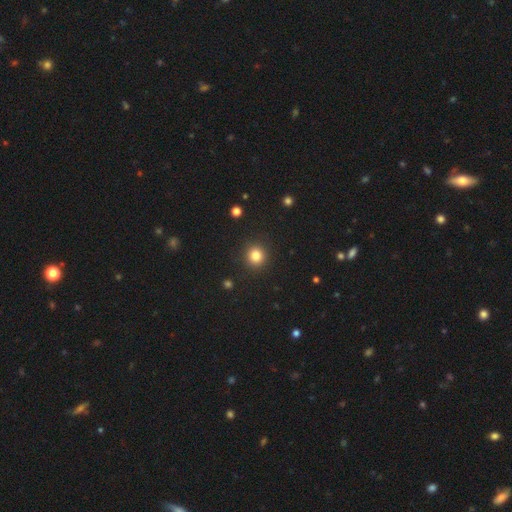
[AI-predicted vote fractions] smooth_or_featured: smooth (p=0.83) [alt: star or artifact p=0.12]
how_rounded: round (p=0.93) [alt: in between p=0.06]
merging: none (p=0.91) [alt: minor disturbance p=0.05]